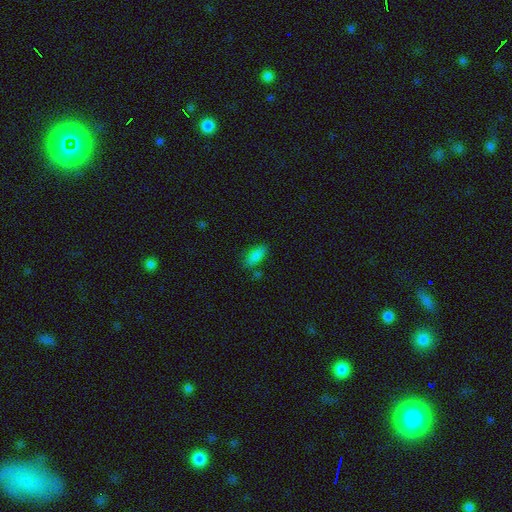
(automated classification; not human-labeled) This is clearly a smooth galaxy (85%). How rounded: likely in between (80%). Merging: likely none (78%).